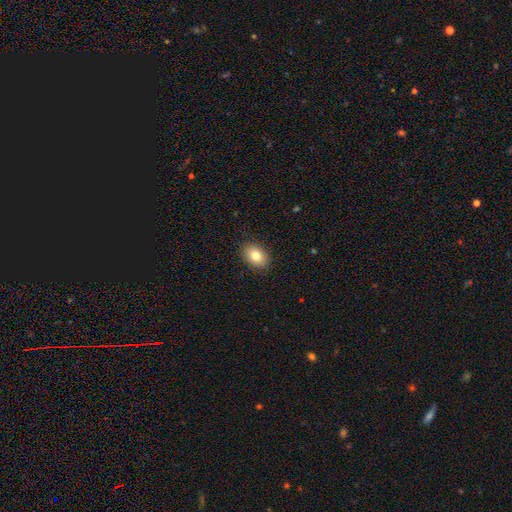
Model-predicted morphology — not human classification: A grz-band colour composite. It shows a smooth galaxy with no disk features (82%) that is in between round and cigar-shaped (77%). Merging: none (89%).